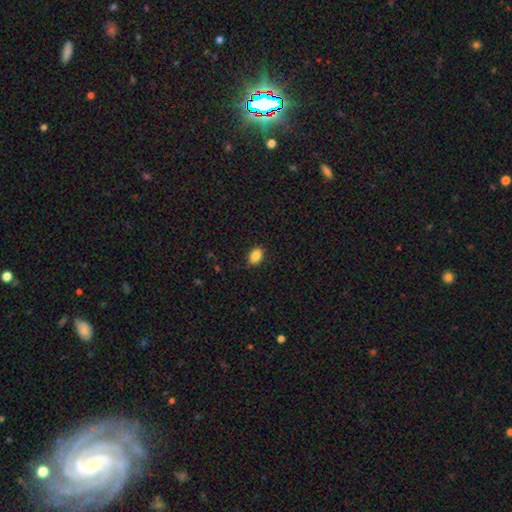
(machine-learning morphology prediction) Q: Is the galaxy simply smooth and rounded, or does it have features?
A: smooth — 87%.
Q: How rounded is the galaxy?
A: in between — 78%.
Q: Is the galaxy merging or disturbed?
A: none — 86%.